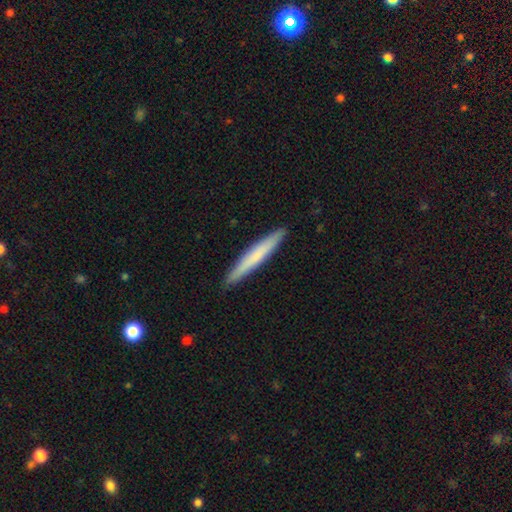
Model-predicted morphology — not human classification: Smooth or featured? smooth (66%)
How rounded? cigar-shaped (96%)
Merging? none (92%)